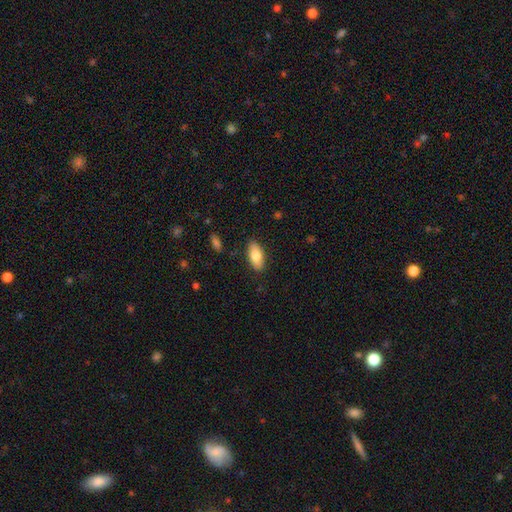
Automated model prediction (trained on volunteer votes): Q: Smooth or featured?
A: smooth (80%); runner-up: featured or disk (14%)
Q: How rounded?
A: in between (90%); runner-up: cigar-shaped (8%)
Q: Merging?
A: none (87%); runner-up: minor disturbance (10%)